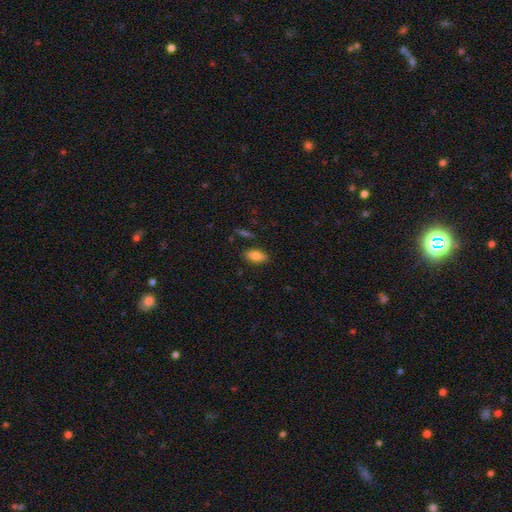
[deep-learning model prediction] Smooth or featured? smooth (82%)
How rounded? in between (88%)
Merging? none (84%)